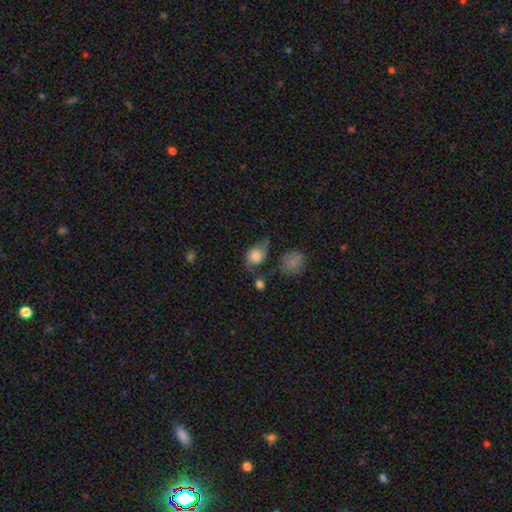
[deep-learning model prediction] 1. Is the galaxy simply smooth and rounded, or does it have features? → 65% smooth, 25% featured or disk, 9% star or artifact.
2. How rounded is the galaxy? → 57% round, 41% in between, 2% cigar-shaped.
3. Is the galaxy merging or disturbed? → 40% none, 30% minor disturbance, 20% major disturbance, 10% merger.